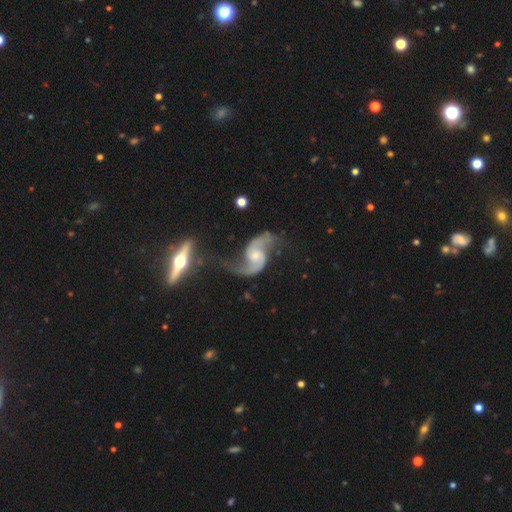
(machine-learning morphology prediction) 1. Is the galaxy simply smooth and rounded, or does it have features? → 91% featured or disk, 5% smooth, 4% star or artifact.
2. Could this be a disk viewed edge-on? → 97% no, 3% yes.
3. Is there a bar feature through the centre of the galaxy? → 54% no, 37% weak, 9% strong.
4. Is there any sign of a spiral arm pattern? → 97% yes, 3% no.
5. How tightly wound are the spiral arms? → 71% loose, 24% medium, 5% tight.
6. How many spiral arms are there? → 93% 2, 2% 1, 2% can't tell, 1% 3, 1% 4, 1% more than 4.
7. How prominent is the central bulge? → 46% small, 40% moderate, 8% none, 5% large, 1% dominant.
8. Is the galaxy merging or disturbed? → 59% none, 18% minor disturbance, 14% major disturbance, 8% merger.